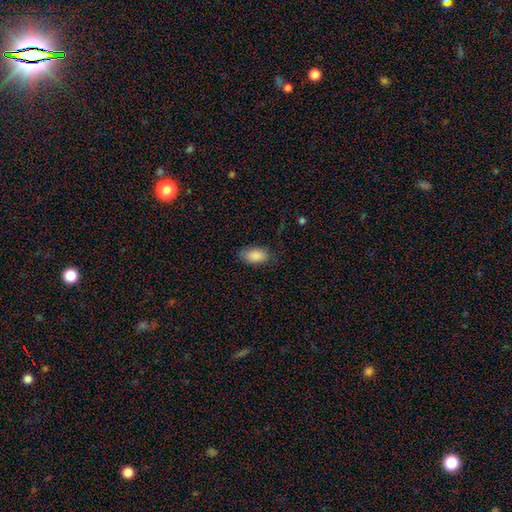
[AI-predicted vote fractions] smooth_or_featured: smooth (p=0.87) [alt: star or artifact p=0.07]
how_rounded: in between (p=0.93) [alt: round p=0.04]
merging: none (p=0.76) [alt: minor disturbance p=0.18]